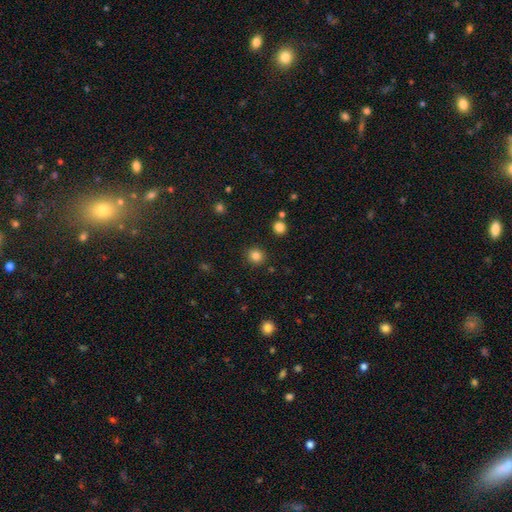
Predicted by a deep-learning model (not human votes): The model was most divided on "smooth or featured": smooth: 84%, star or artifact: 12%, featured or disk: 4%. More confident: how rounded — round (91%); merging — none (90%).